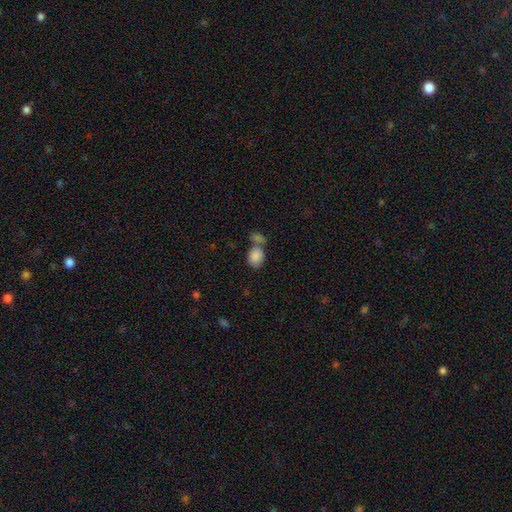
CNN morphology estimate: Overall: smooth (86%). How rounded: in between (58%; round 41%). Merging: merger (42%; none 41%).